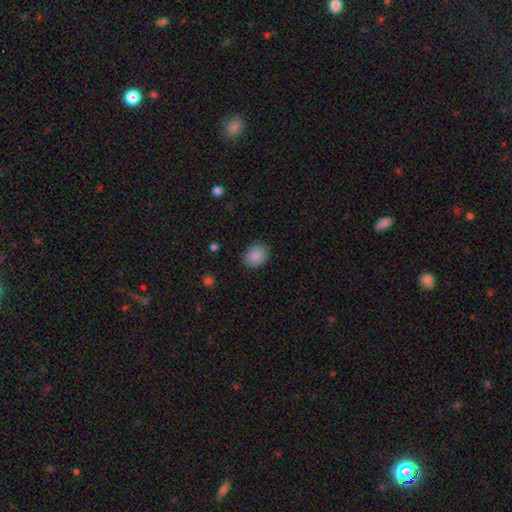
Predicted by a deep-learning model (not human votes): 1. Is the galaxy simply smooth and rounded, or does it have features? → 89% smooth, 8% star or artifact, 4% featured or disk.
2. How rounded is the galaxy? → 56% in between, 43% round, 1% cigar-shaped.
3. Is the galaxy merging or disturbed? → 87% none, 10% minor disturbance, 3% major disturbance, 1% merger.